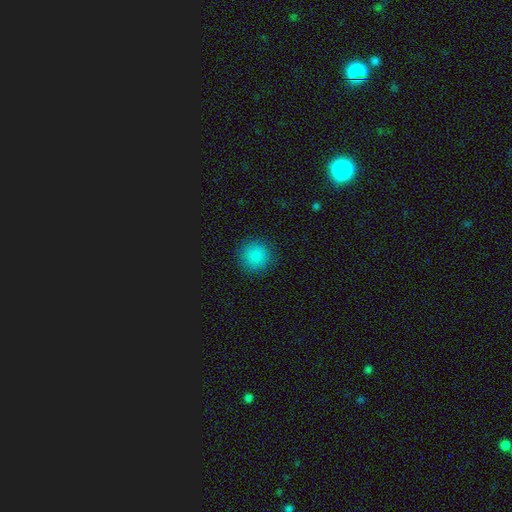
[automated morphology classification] Q: Smooth or featured?
A: smooth (86%); runner-up: star or artifact (11%)
Q: How rounded?
A: round (95%); runner-up: in between (4%)
Q: Merging?
A: none (91%); runner-up: minor disturbance (6%)